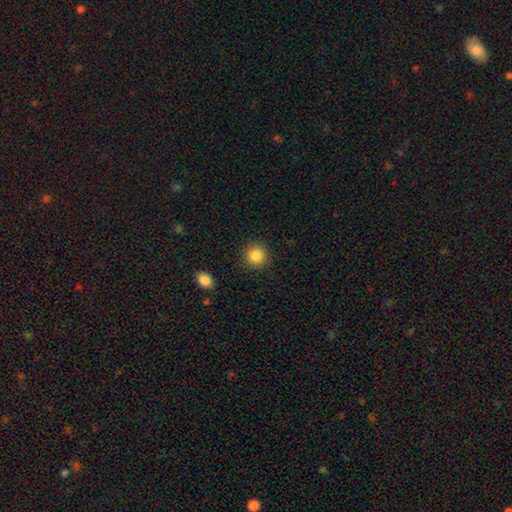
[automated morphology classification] A smooth galaxy with no disk features (85%) that is round (92%). Merging: none (90%).